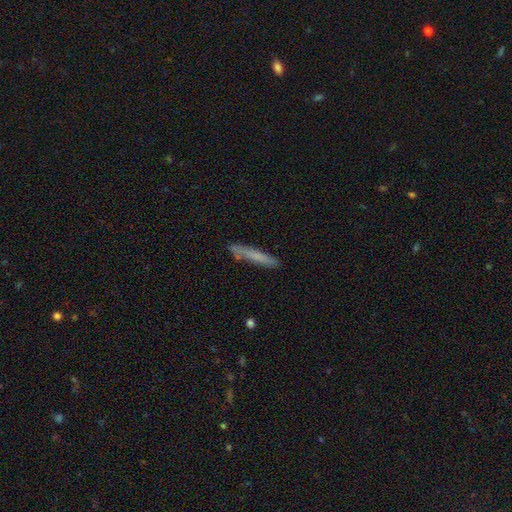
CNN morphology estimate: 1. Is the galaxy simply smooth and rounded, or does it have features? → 68% smooth, 26% featured or disk, 6% star or artifact.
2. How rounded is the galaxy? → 94% cigar-shaped, 4% in between, 1% round.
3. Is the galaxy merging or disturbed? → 81% none, 14% minor disturbance, 3% major disturbance, 2% merger.